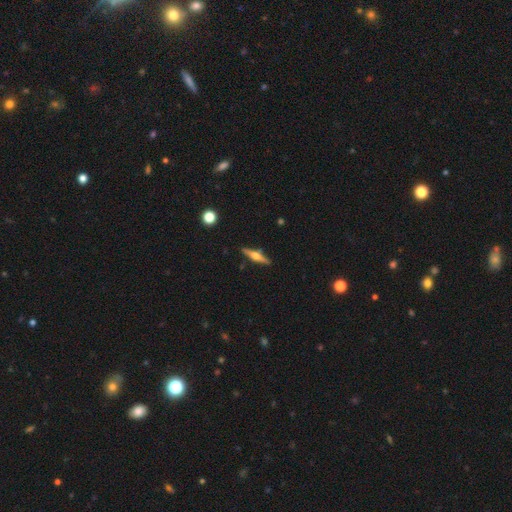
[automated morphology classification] Smooth or featured?
  - featured or disk: 70% *
  - smooth: 24%
  - star or artifact: 6%
Edge-on disk?
  - yes: 97% *
  - no: 3%
Edge-on bulge?
  - rounded: 92% *
  - boxy: 5%
  - none: 2%
Merging?
  - none: 89% *
  - minor disturbance: 8%
  - merger: 2%
  - major disturbance: 2%